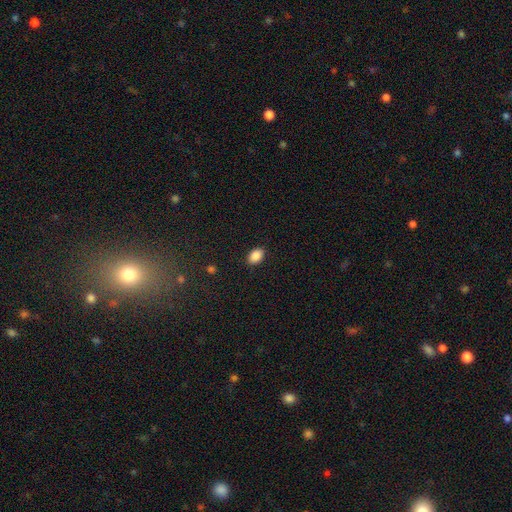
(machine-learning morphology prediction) type=smooth (88%); roundness=in between (84%); merging=none (88%).